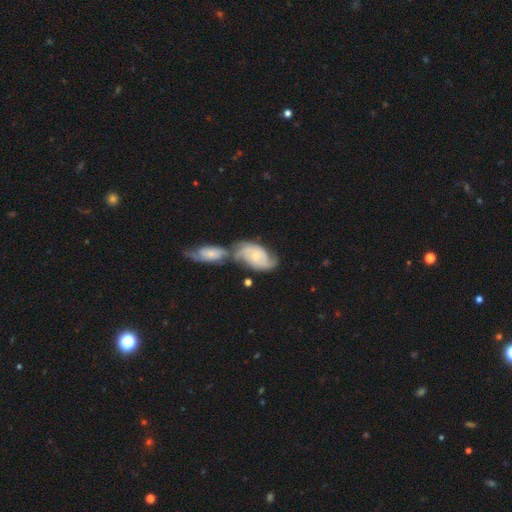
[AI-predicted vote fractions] This is likely a featured or disk galaxy (78%). It is clearly not viewed edge-on (96%). Bar: likely no (65%). Spiral arm pattern: clearly yes (95%). Spiral arm count: likely 2 (72%). Spiral winding: marginally medium (43%). Central bulge: likely small (62%). Merging: possibly merger (58%).